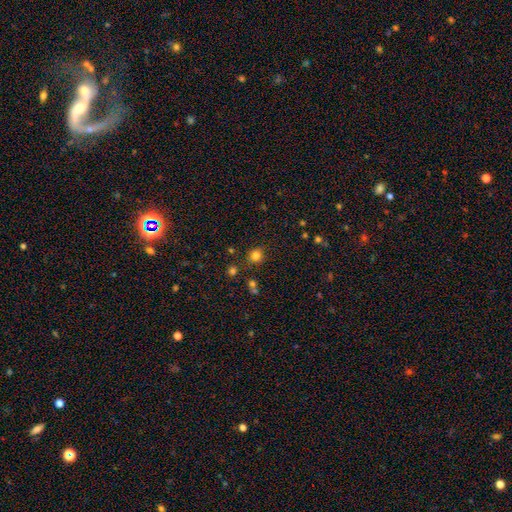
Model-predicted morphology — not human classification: smooth-or-featured: smooth: 80% | star or artifact: 15% | featured or disk: 5%
  how-rounded: round: 85% | in between: 14% | cigar-shaped: 1%
  merging: none: 84% | minor disturbance: 9% | merger: 4% | major disturbance: 3%